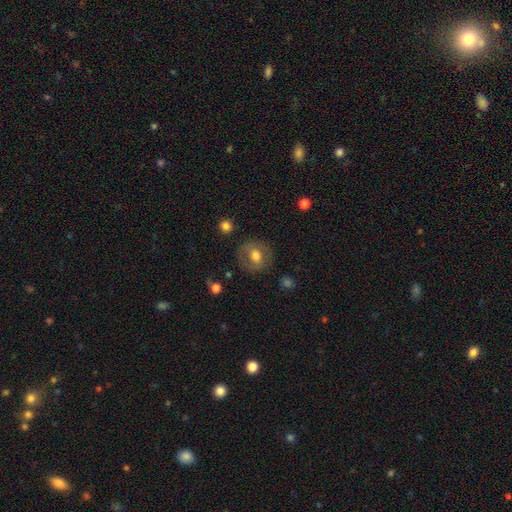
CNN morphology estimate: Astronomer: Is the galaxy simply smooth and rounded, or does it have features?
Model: smooth — 62%.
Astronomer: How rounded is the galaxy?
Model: round — 83%.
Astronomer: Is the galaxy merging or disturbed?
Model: none — 81%.